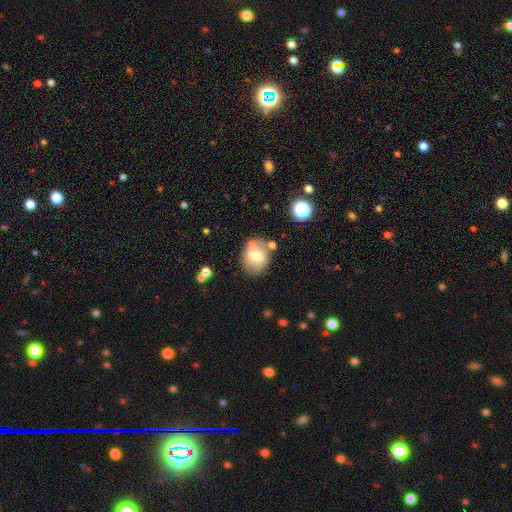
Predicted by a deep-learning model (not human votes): Smooth or featured? Predicted: smooth (p=0.60). How rounded? Predicted: round (p=0.62). Merging? Predicted: none (p=0.66).